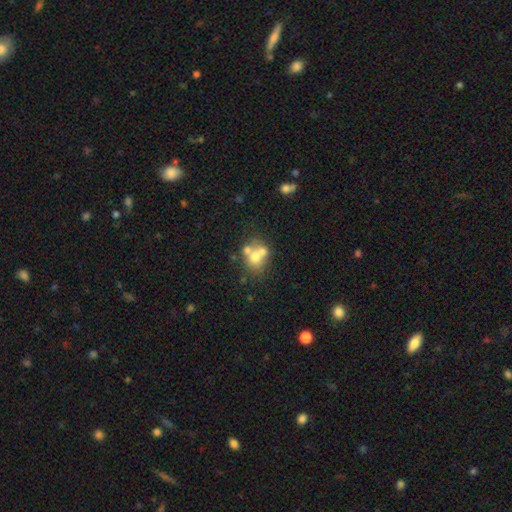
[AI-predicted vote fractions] The model was most divided on "merging": merger: 50%, none: 34%, minor disturbance: 9%, major disturbance: 6%. More confident: how rounded — round (61%); smooth or featured — smooth (57%).